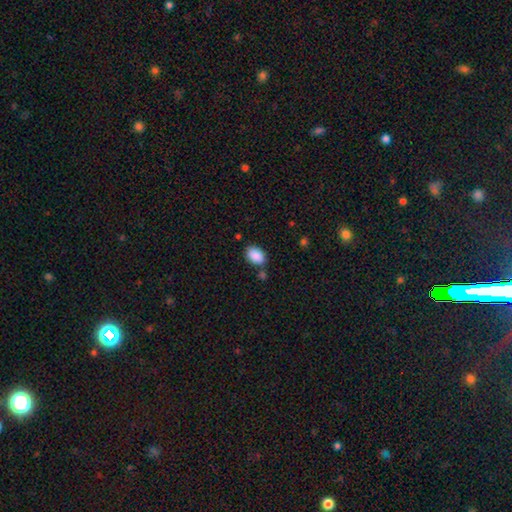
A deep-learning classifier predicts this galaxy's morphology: This is clearly a smooth galaxy (89%). How rounded: clearly in between (86%). Merging: likely none (75%).